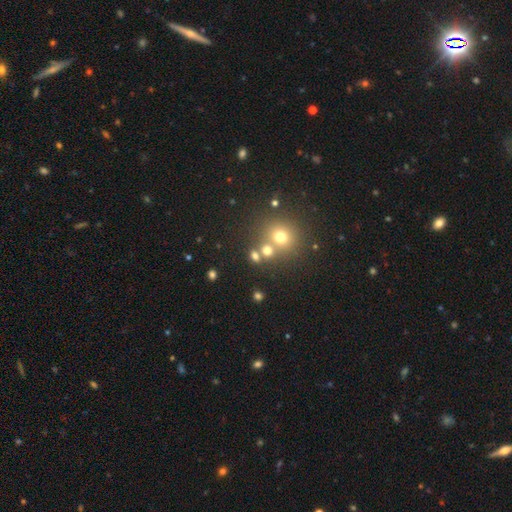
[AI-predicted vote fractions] Smooth or featured?
  - smooth: 65% *
  - star or artifact: 23%
  - featured or disk: 12%
How rounded?
  - round: 71% *
  - in between: 27%
  - cigar-shaped: 2%
Merging?
  - none: 59% *
  - merger: 28%
  - minor disturbance: 8%
  - major disturbance: 5%